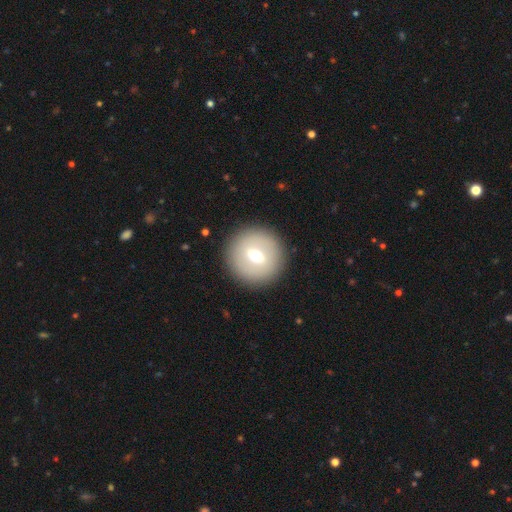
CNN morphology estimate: This appears to be a smooth galaxy with no disk features (57%) that is round (95%). Merging: none (90%).